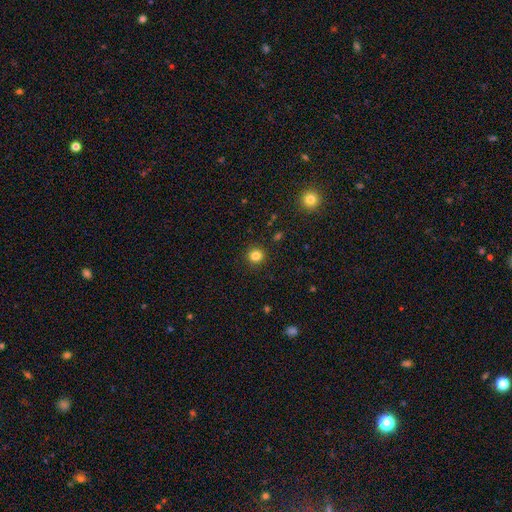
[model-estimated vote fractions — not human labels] This appears to be a smooth galaxy with no disk features (83%) that is round (92%). Merging: none (91%).